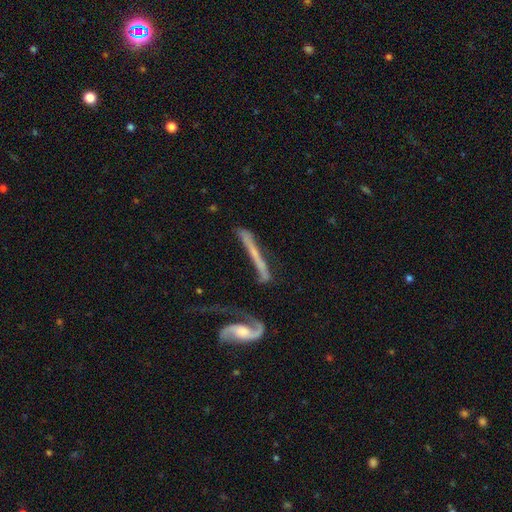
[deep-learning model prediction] Smooth or featured?
  - featured or disk: 67% *
  - smooth: 25%
  - star or artifact: 9%
Edge-on disk?
  - yes: 63% *
  - no: 37%
Merging?
  - none: 49% *
  - minor disturbance: 20%
  - major disturbance: 17%
  - merger: 14%